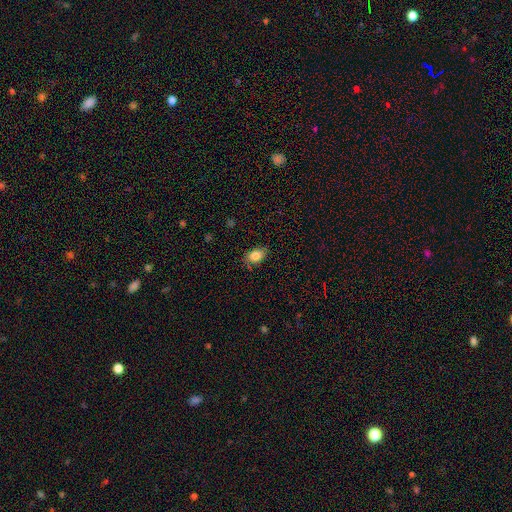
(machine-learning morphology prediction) The model was most divided on "merging": none: 79%, minor disturbance: 17%, major disturbance: 3%, merger: 1%. More confident: smooth or featured — smooth (84%); how rounded — in between (83%).